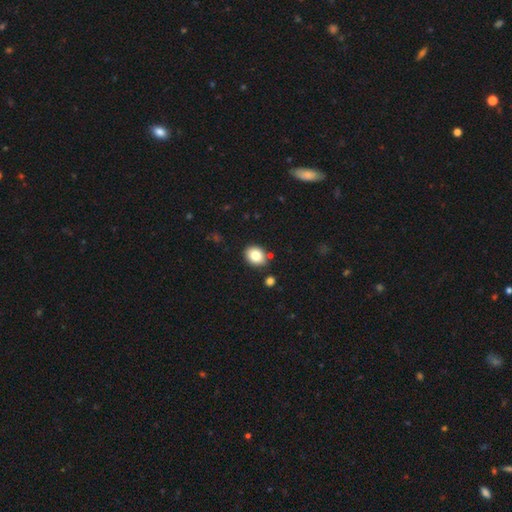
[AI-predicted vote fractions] This is clearly a smooth galaxy (83%). How rounded: possibly in between (55%). Merging: clearly none (83%).